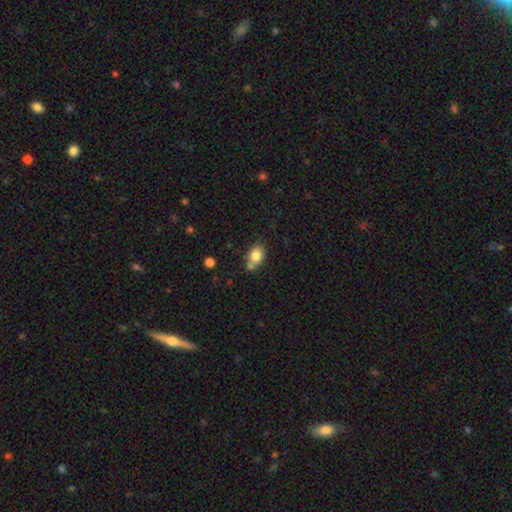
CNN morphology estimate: Overall: smooth (81%). How rounded: in between (71%). Merging: none (59%; minor disturbance 20%).